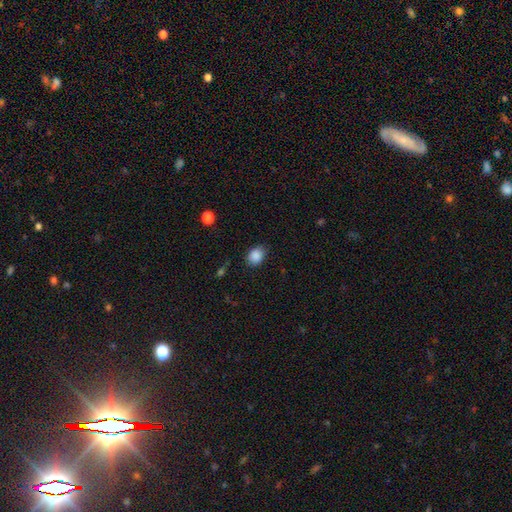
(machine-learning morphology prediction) smooth-or-featured: smooth: 88% | star or artifact: 8% | featured or disk: 4%
  how-rounded: in between: 64% | round: 35% | cigar-shaped: 1%
  merging: none: 80% | minor disturbance: 16% | major disturbance: 3% | merger: 1%